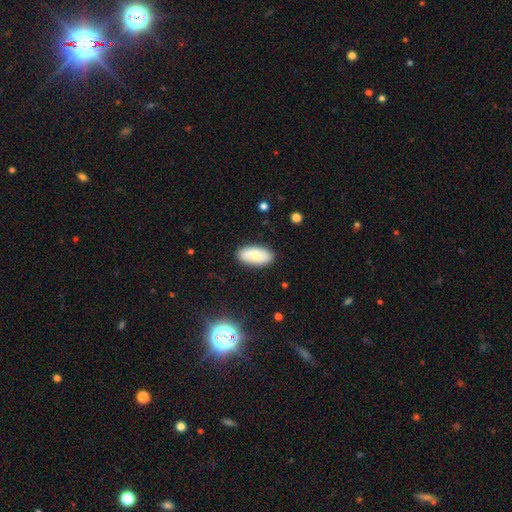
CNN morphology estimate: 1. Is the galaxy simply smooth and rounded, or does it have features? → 70% smooth, 24% featured or disk, 7% star or artifact.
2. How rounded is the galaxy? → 93% in between, 4% cigar-shaped, 3% round.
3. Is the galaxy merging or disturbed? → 86% none, 10% minor disturbance, 2% major disturbance, 1% merger.